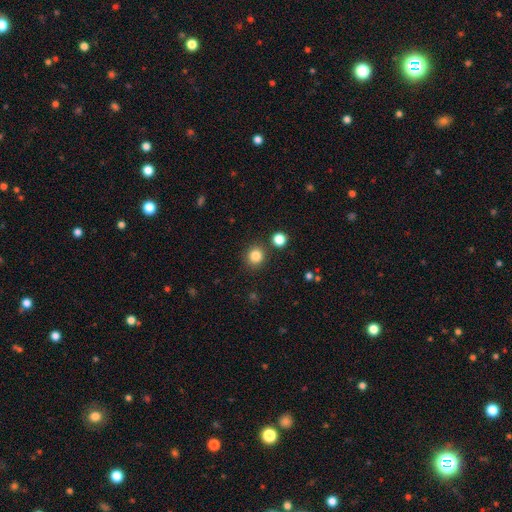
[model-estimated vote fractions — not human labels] Smooth or featured? Predicted: smooth (p=0.83). How rounded? Predicted: round (p=0.89). Merging? Predicted: none (p=0.87).